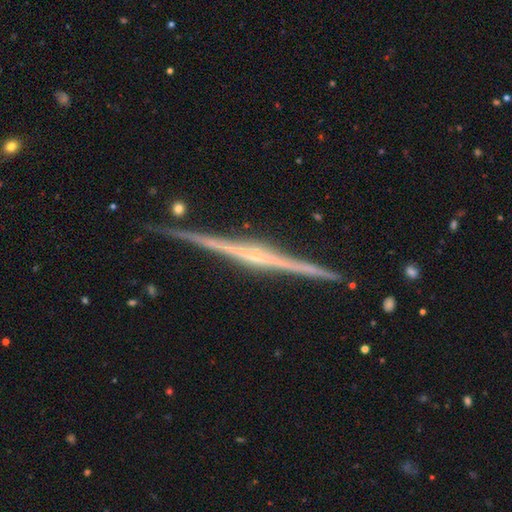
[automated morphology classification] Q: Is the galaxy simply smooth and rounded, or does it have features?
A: featured or disk — 89%.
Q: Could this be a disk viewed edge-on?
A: yes — 99%.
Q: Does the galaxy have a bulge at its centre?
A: rounded — 56%.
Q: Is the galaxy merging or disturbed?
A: none — 89%.